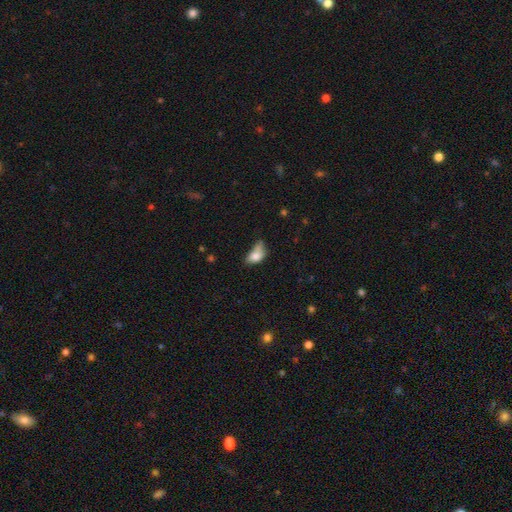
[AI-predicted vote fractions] Smooth or featured?
  - smooth: 75% *
  - featured or disk: 16%
  - star or artifact: 9%
How rounded?
  - in between: 86% *
  - round: 10%
  - cigar-shaped: 4%
Merging?
  - minor disturbance: 31% *
  - none: 25%
  - merger: 23%
  - major disturbance: 21%